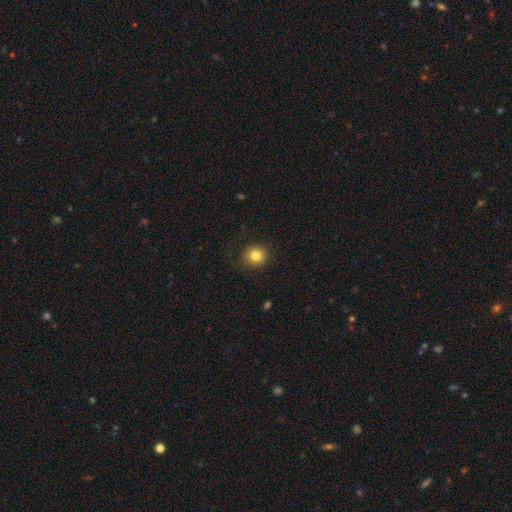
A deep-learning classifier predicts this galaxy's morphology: A smooth galaxy with no disk features (81%) that is round (89%).

Vote fractions:
- Smooth or featured? smooth: 81% / star or artifact: 11% / featured or disk: 8%
- How rounded? round: 89% / in between: 10% / cigar-shaped: 1%
- Merging? none: 87% / minor disturbance: 9% / major disturbance: 3% / merger: 1%